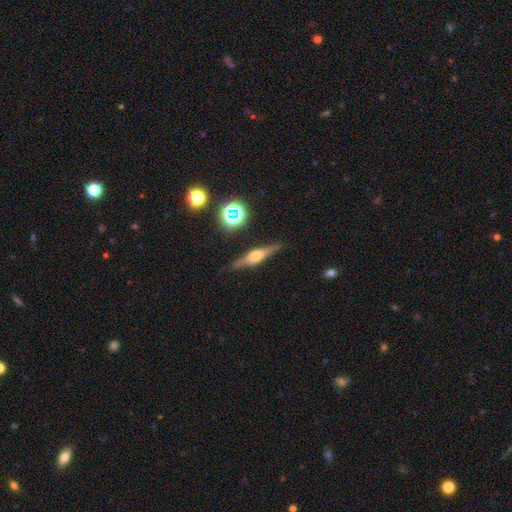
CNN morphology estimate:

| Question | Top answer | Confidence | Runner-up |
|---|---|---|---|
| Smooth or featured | featured or disk | 69% | smooth (22%) |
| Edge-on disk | yes | 96% | no (4%) |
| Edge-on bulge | rounded | 88% | boxy (10%) |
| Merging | none | 85% | minor disturbance (10%) |